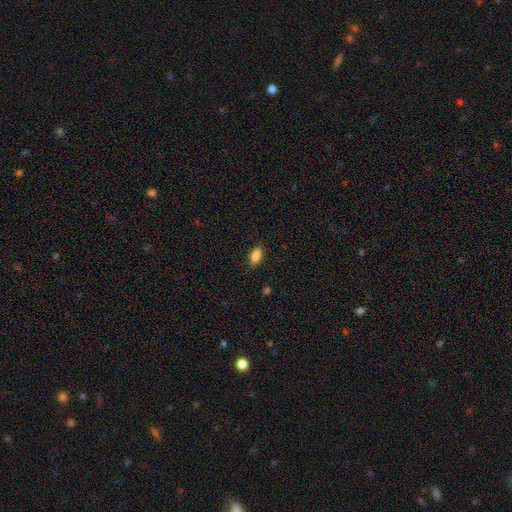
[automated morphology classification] Q: Smooth or featured?
A: smooth (87%); runner-up: star or artifact (8%)
Q: How rounded?
A: in between (89%); runner-up: cigar-shaped (6%)
Q: Merging?
A: none (84%); runner-up: minor disturbance (12%)